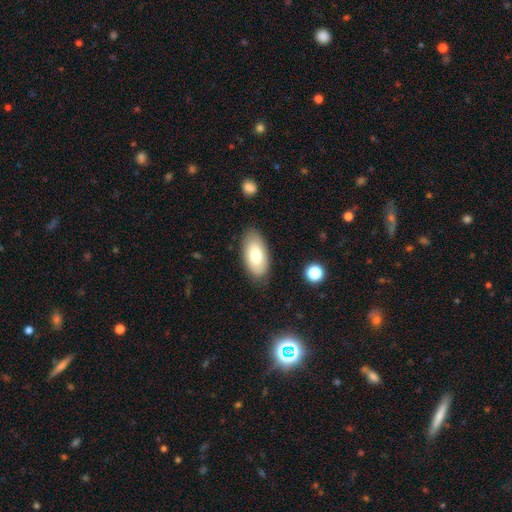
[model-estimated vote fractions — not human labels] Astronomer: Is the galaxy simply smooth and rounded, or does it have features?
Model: smooth — 77%.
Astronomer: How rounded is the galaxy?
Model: in between — 93%.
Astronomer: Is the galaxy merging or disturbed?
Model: none — 83%.